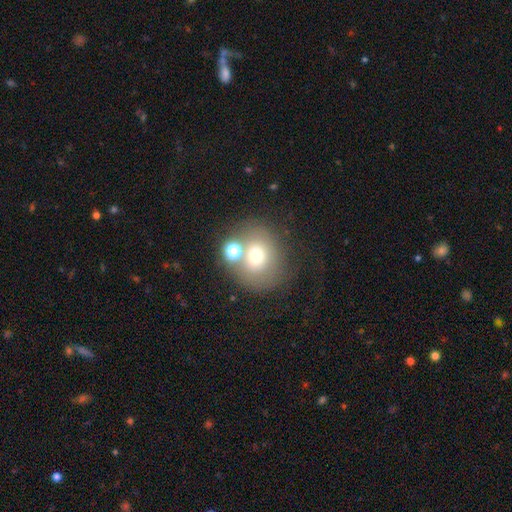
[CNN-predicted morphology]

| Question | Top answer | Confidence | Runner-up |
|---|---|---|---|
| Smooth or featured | smooth | 64% | featured or disk (21%) |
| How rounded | round | 76% | in between (23%) |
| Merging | none | 57% | merger (22%) |